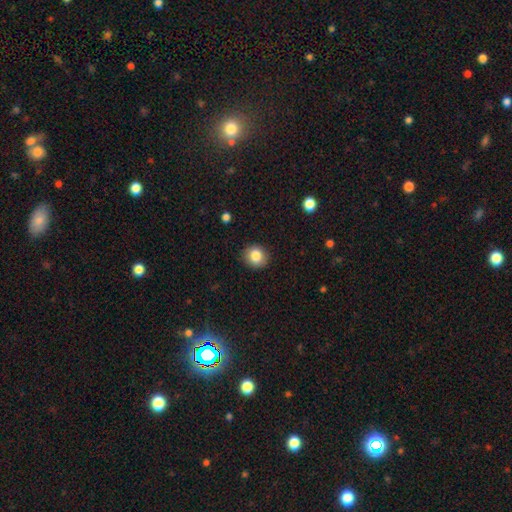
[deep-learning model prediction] A smooth galaxy with no disk features (84%) that is round (81%).

Vote fractions:
- Smooth or featured? smooth: 84% / star or artifact: 9% / featured or disk: 7%
- How rounded? round: 81% / in between: 18% / cigar-shaped: 1%
- Merging? none: 89% / minor disturbance: 8% / major disturbance: 2% / merger: 1%